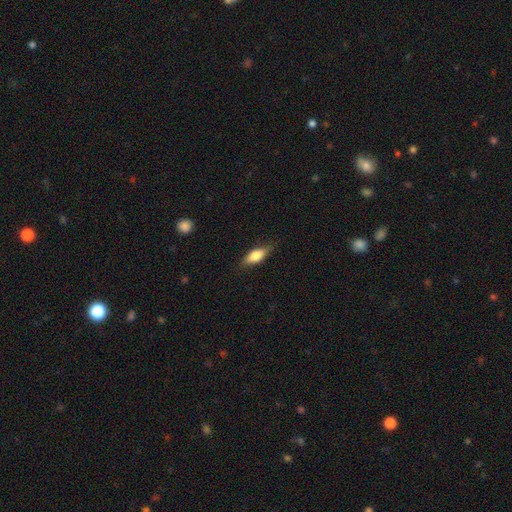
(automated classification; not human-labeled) A smooth galaxy with no disk features (69%) that is in between round and cigar-shaped (71%).

Vote fractions:
- Smooth or featured? smooth: 69% / featured or disk: 24% / star or artifact: 7%
- How rounded? in between: 71% / cigar-shaped: 26% / round: 4%
- Merging? none: 79% / minor disturbance: 17% / major disturbance: 3% / merger: 1%